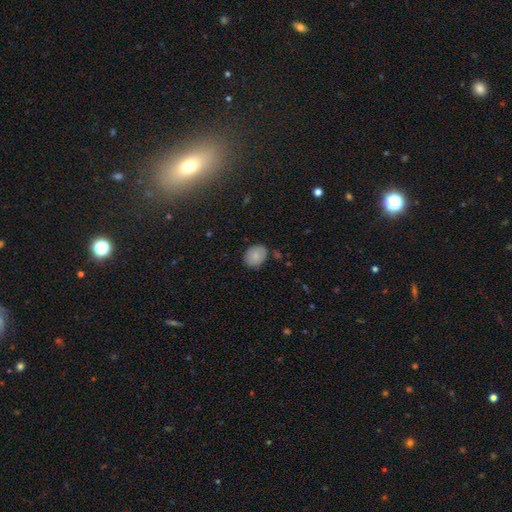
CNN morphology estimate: A smooth galaxy with no disk features (81%) that is round (52%).

Vote fractions:
- Smooth or featured? smooth: 81% / featured or disk: 11% / star or artifact: 8%
- How rounded? round: 52% / in between: 47% / cigar-shaped: 1%
- Merging? none: 80% / minor disturbance: 15% / major disturbance: 3% / merger: 2%